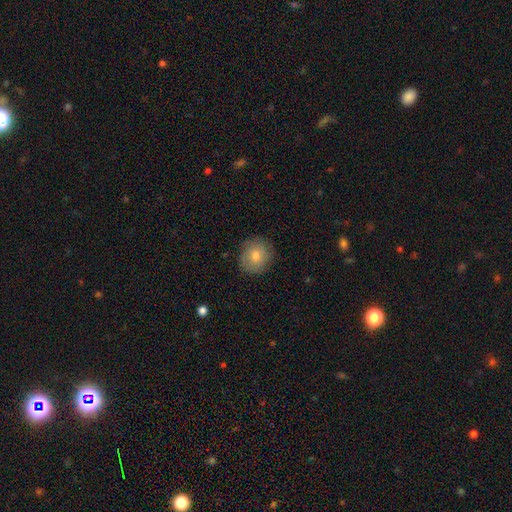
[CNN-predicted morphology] This is likely a smooth galaxy (71%). How rounded: clearly round (82%). Merging: clearly none (84%).